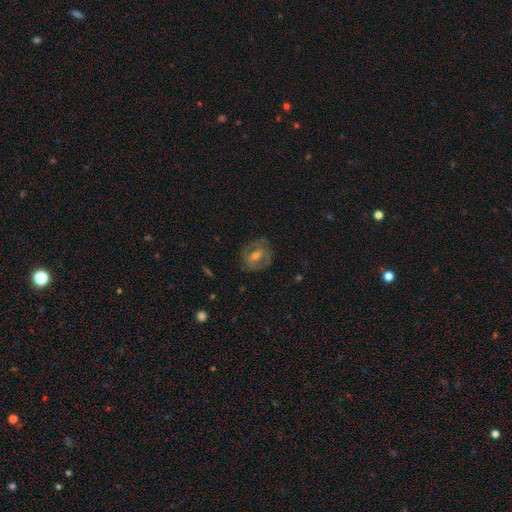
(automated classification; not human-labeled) Smooth or featured: featured or disk — 57% (smooth — 32%)
Edge-on disk: no — 95% (yes — 5%)
Bar: no — 42% (weak — 40%)
Spiral arms: yes — 53% (no — 47%)
Bulge size: moderate — 61% (small — 32%)
Merging: none — 75% (minor disturbance — 16%)